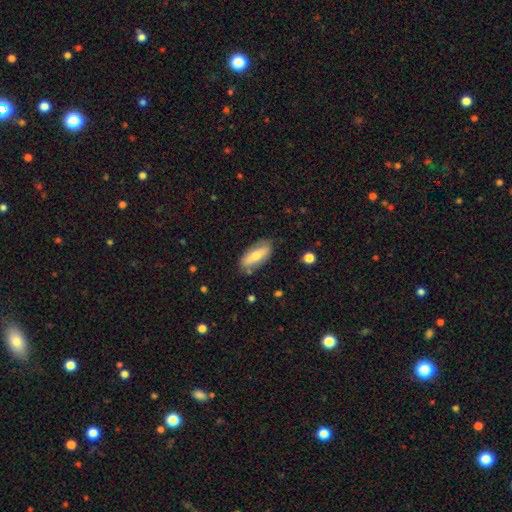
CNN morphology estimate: A smooth galaxy with no disk features (59%) that is in between round and cigar-shaped (78%). Merging: none (79%).